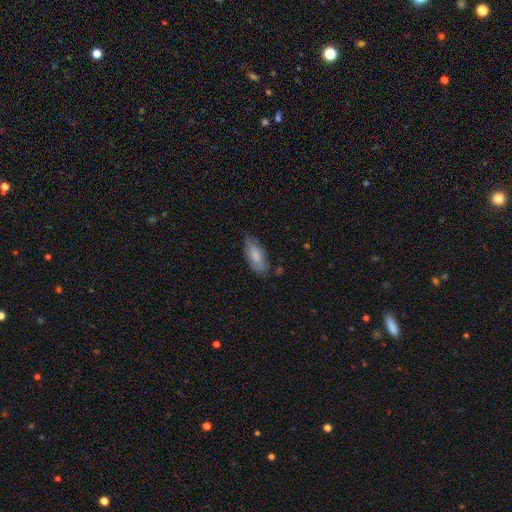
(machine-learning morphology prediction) smooth_or_featured: smooth (p=0.79) [alt: featured or disk p=0.15]
how_rounded: in between (p=0.82) [alt: cigar-shaped p=0.16]
merging: none (p=0.70) [alt: minor disturbance p=0.23]